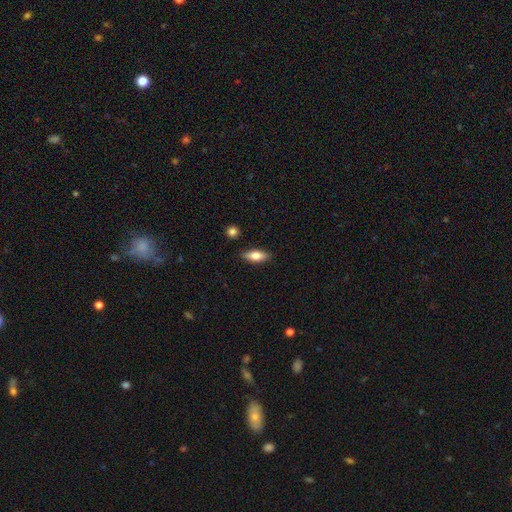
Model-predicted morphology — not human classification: A smooth galaxy with no disk features (70%) that is in between round and cigar-shaped (70%). Merging: none (87%).